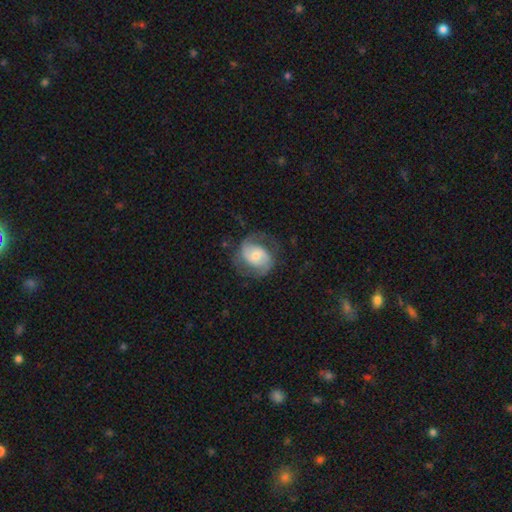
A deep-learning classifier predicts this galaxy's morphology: smooth_or_featured: featured or disk (p=0.74) [alt: smooth p=0.20]
disk_edge_on: no (p=0.97) [alt: yes p=0.03]
bar: no (p=0.53) [alt: weak p=0.37]
has_spiral_arms: yes (p=0.91) [alt: no p=0.09]
spiral_winding: medium (p=0.47) [alt: tight p=0.26]
spiral_arm_count: 2 (p=0.82) [alt: can't tell p=0.09]
bulge_size: moderate (p=0.55) [alt: small p=0.34]
merging: none (p=0.62) [alt: minor disturbance p=0.21]